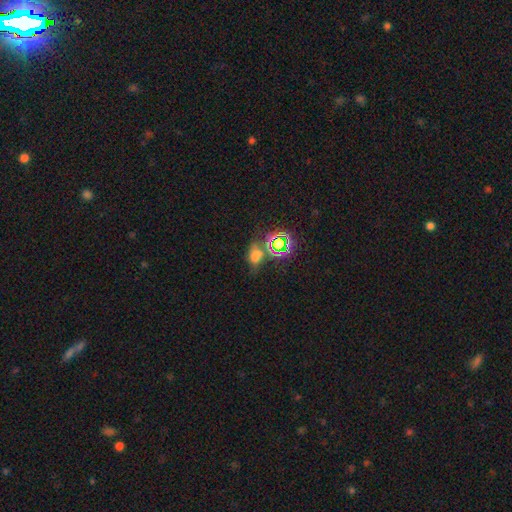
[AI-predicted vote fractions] smooth_or_featured: smooth (p=0.47) [alt: star or artifact p=0.40]
merging: none (p=0.52) [alt: minor disturbance p=0.19]